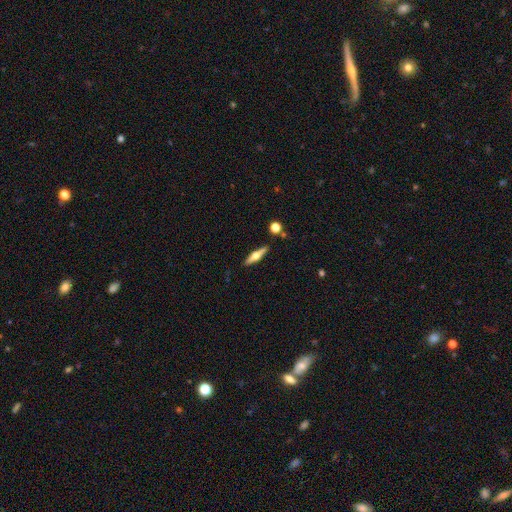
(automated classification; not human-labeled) featured or disk 62%, smooth 32%, star or artifact 6%. Down the decision tree: edge-on disk — yes (96%); edge-on bulge — rounded (94%); merging — none (88%).